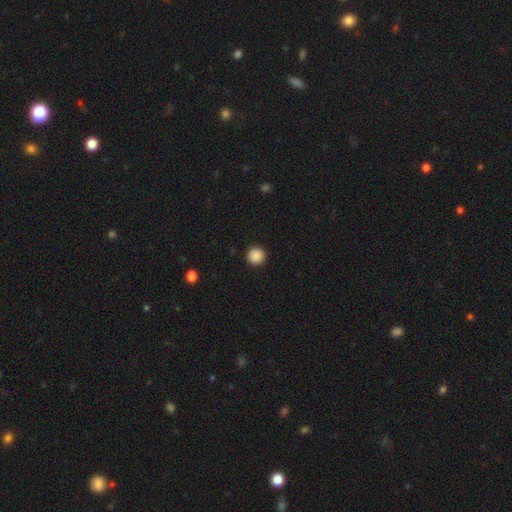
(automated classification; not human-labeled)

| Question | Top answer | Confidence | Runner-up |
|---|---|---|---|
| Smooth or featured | smooth | 89% | star or artifact (9%) |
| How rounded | round | 96% | in between (3%) |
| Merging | none | 93% | minor disturbance (4%) |